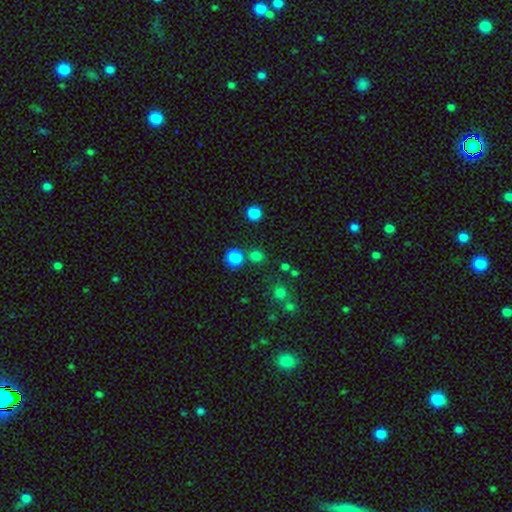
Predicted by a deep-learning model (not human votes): Overall: smooth (79%). How rounded: round (88%). Merging: none (75%).